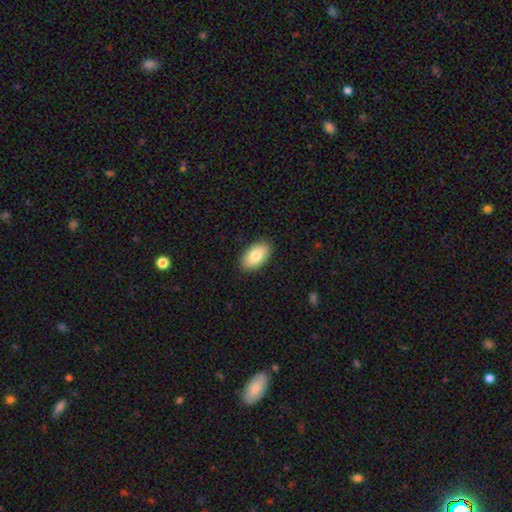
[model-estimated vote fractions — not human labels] This is clearly a smooth galaxy (83%). How rounded: clearly in between (95%). Merging: clearly none (89%).